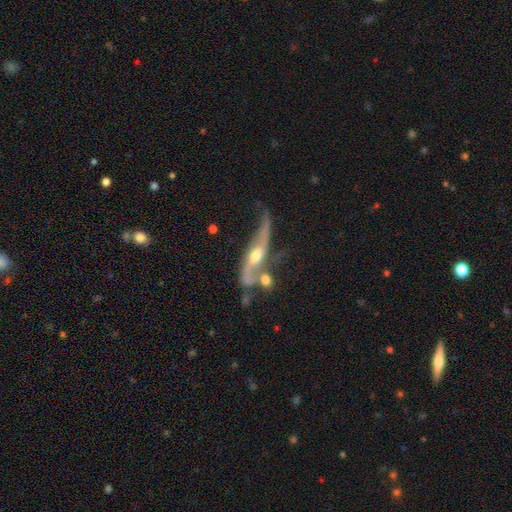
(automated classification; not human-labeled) A featured or disk galaxy (76%) with no bar (53%), spiral arms (82%) and a moderate central bulge (67%).

Vote fractions:
- Smooth or featured? featured or disk: 76% / smooth: 18% / star or artifact: 6%
- Edge-on disk? no: 68% / yes: 32%
- Bar? no: 53% / weak: 32% / strong: 15%
- Spiral arms? yes: 82% / no: 18%
- Bulge size? moderate: 67% / small: 23% / large: 7% / none: 2% / dominant: 1%
- Merging? none: 32% / merger: 27% / minor disturbance: 21% / major disturbance: 20%